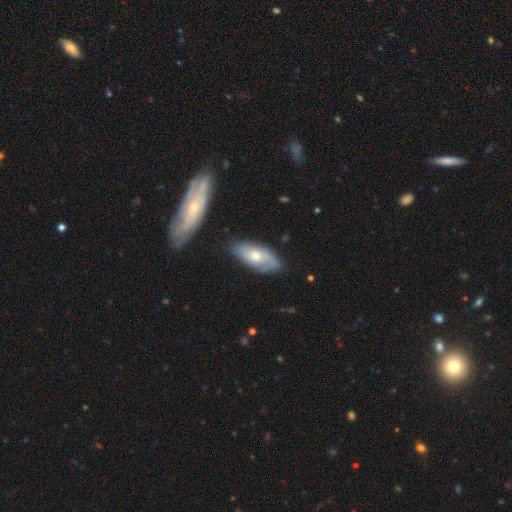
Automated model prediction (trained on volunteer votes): Smooth or featured? featured or disk (59%)
Edge-on disk? no (86%)
Bar? no (76%)
Spiral arms? yes (74%)
Bulge size? moderate (54%)
Merging? none (68%)